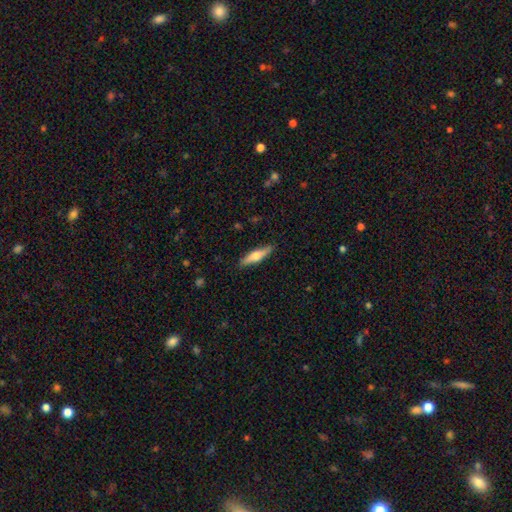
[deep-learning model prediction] A smooth galaxy with no disk features (54%) that is cigar-shaped (74%).

Vote fractions:
- Smooth or featured? smooth: 54% / featured or disk: 40% / star or artifact: 6%
- How rounded? cigar-shaped: 74% / in between: 24% / round: 2%
- Merging? none: 89% / minor disturbance: 9% / major disturbance: 2% / merger: 1%